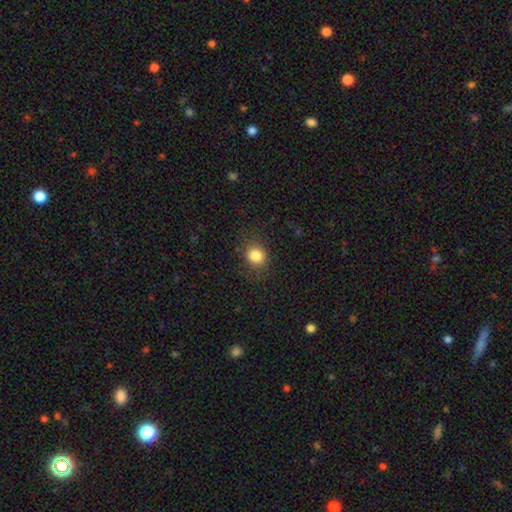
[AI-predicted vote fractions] Smooth or featured?
  - smooth: 84% *
  - star or artifact: 11%
  - featured or disk: 5%
How rounded?
  - round: 72% *
  - in between: 27%
  - cigar-shaped: 1%
Merging?
  - none: 83% *
  - minor disturbance: 12%
  - major disturbance: 4%
  - merger: 1%